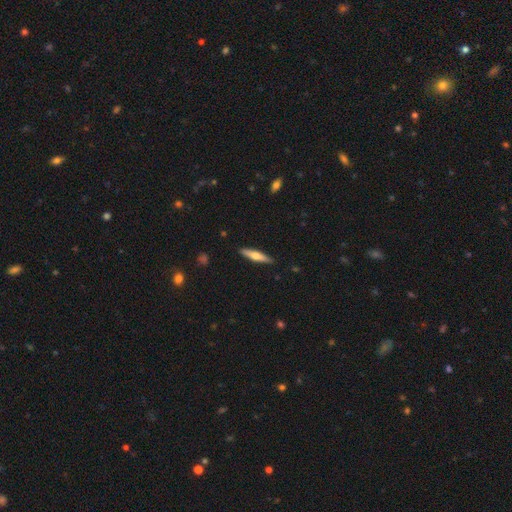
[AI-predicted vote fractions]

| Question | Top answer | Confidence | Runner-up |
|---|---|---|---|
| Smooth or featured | smooth | 48% | featured or disk (46%) |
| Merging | none | 90% | minor disturbance (7%) |